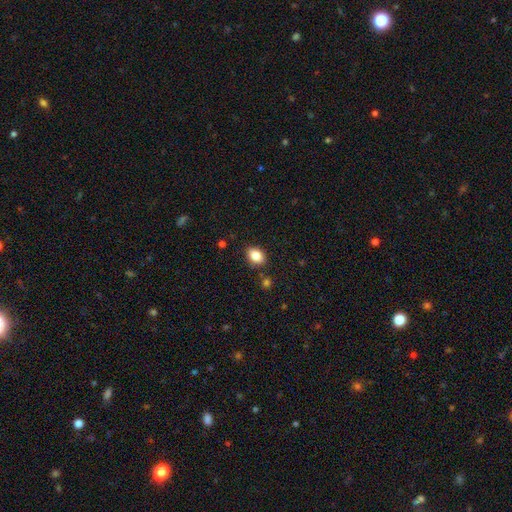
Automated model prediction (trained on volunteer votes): Overall: smooth (84%). How rounded: in between (75%). Merging: none (84%).